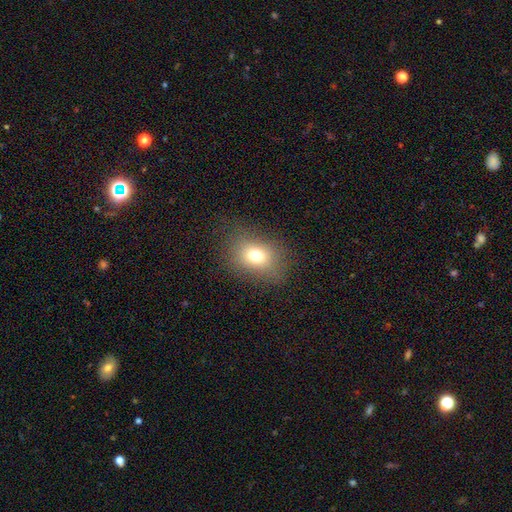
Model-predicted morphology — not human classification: This appears to be a smooth galaxy with no disk features (73%) that is in between round and cigar-shaped (57%). Merging: none (80%).